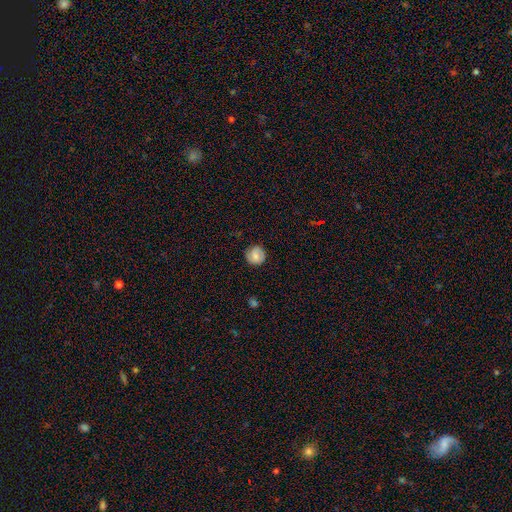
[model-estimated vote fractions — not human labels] This appears to be a smooth galaxy with no disk features (61%) that is round (90%). Merging: none (83%).